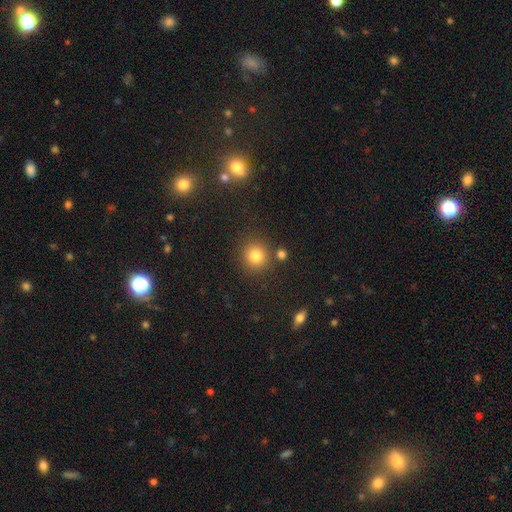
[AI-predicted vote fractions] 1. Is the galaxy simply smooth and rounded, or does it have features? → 80% smooth, 13% star or artifact, 6% featured or disk.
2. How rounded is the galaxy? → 90% round, 9% in between, 1% cigar-shaped.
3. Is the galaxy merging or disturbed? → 81% none, 8% minor disturbance, 7% merger, 3% major disturbance.